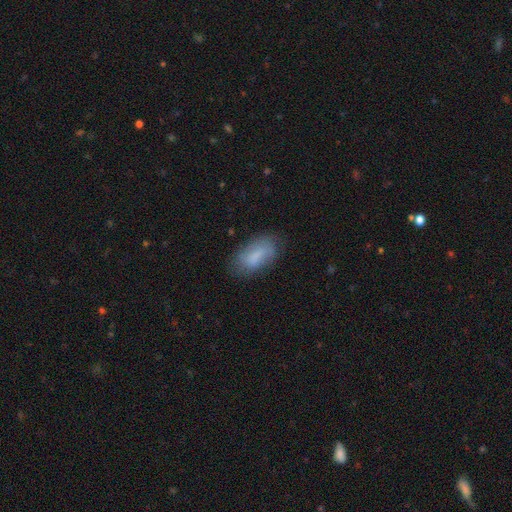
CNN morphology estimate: type=smooth (75%); roundness=in between (91%); merging=none (70%).